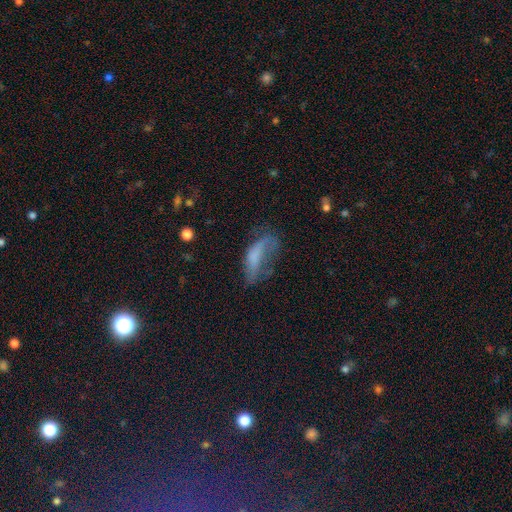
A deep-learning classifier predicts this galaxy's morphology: Smooth or featured: smooth — 54% (featured or disk — 34%)
How rounded: in between — 71% (cigar-shaped — 26%)
Merging: major disturbance — 43% (none — 27%)